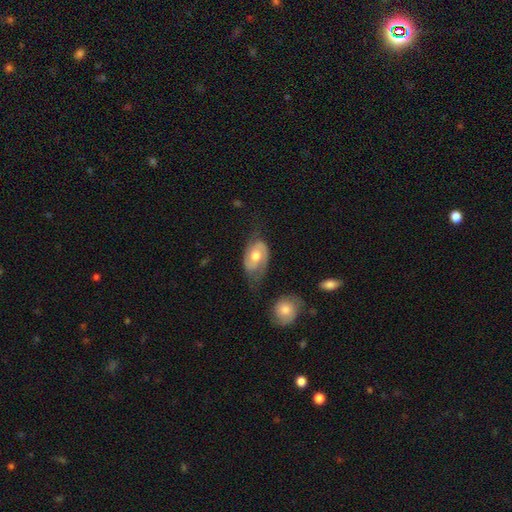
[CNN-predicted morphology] Smooth or featured: featured or disk — 66% (smooth — 28%)
Edge-on disk: no — 96% (yes — 4%)
Bar: no — 69% (weak — 25%)
Spiral arms: yes — 86% (no — 14%)
Spiral winding: medium — 45% (tight — 35%)
Spiral arm count: 2 — 82% (can't tell — 9%)
Bulge size: moderate — 73% (large — 16%)
Merging: none — 50% (minor disturbance — 28%)